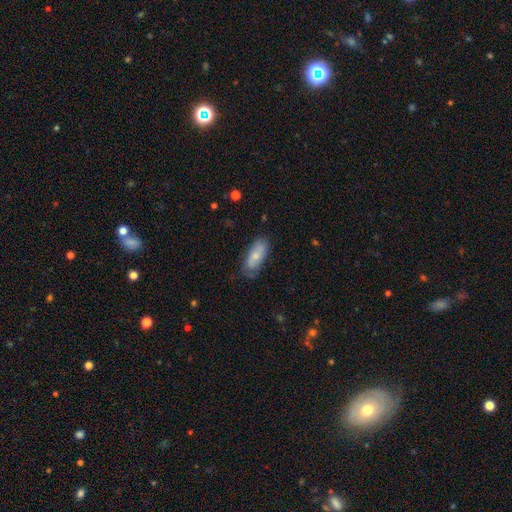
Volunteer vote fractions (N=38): smooth-or-featured: smooth: 53% | featured or disk: 47% | star or artifact: 0%
  how-rounded: in between: 85% | cigar-shaped: 15% | round: 0%
  merging: none: 63% | minor disturbance: 34% | major disturbance: 3% | merger: 0%